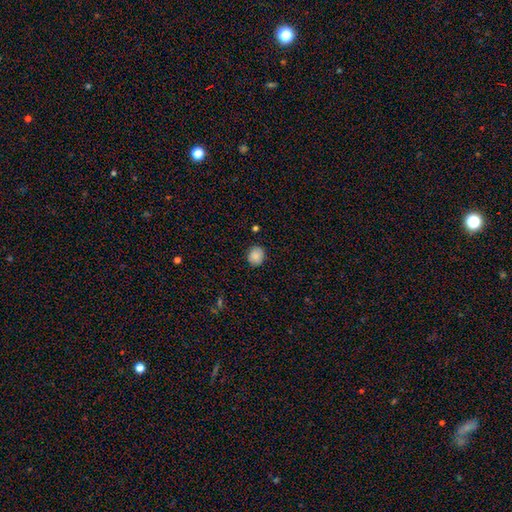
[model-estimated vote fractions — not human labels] A smooth galaxy with no disk features (87%) that is round (71%). Merging: none (87%).